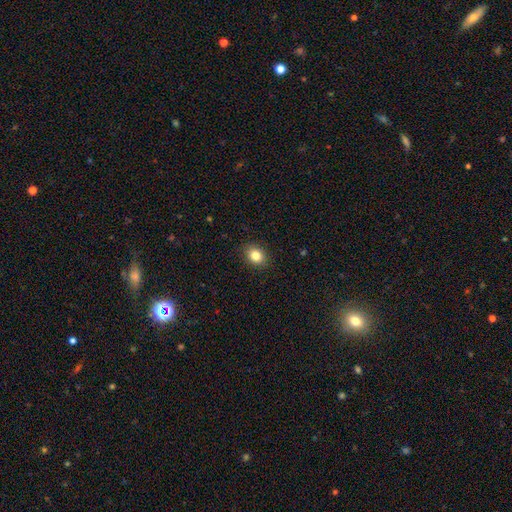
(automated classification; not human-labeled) Morphology: type=smooth (84%); roundness=in between (56%); merging=none (89%).